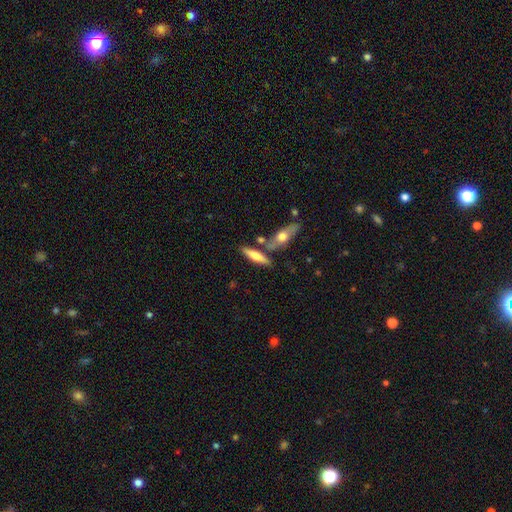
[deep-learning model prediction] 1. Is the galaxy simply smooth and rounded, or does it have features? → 61% smooth, 33% featured or disk, 6% star or artifact.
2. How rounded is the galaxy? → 71% cigar-shaped, 27% in between, 3% round.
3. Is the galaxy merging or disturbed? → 64% none, 20% merger, 12% minor disturbance, 3% major disturbance.